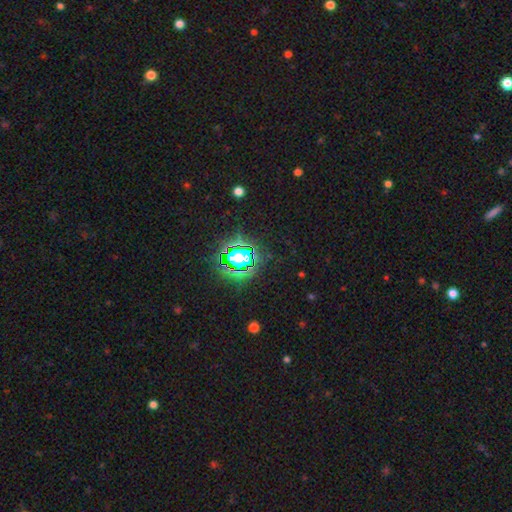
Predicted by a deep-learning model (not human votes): The model was most divided on "smooth or featured": star or artifact: 82%, smooth: 11%, featured or disk: 7%.